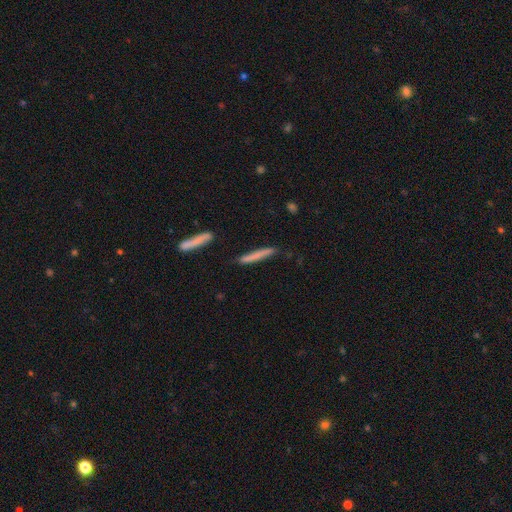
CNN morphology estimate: The model was most divided on "smooth or featured": smooth: 70%, featured or disk: 24%, star or artifact: 6%. More confident: how rounded — cigar-shaped (95%); merging — none (78%).